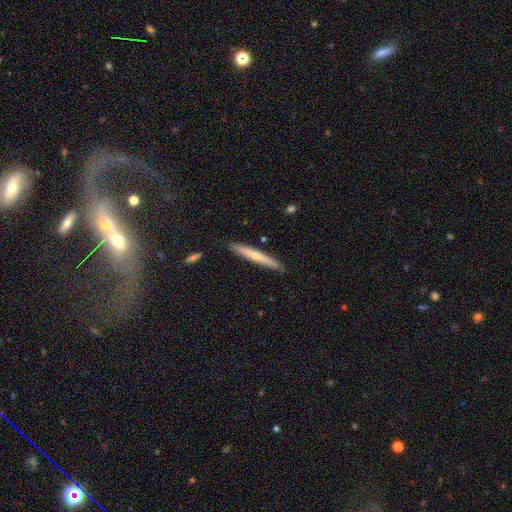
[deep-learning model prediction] Smooth or featured? smooth (59%)
How rounded? cigar-shaped (96%)
Merging? none (88%)